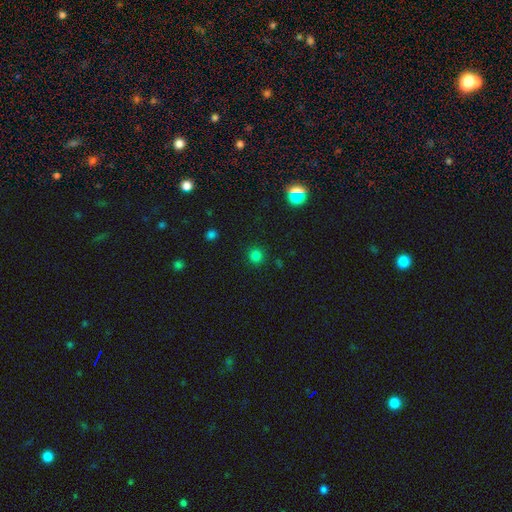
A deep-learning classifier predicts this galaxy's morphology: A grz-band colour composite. It shows a smooth galaxy with no disk features (80%) that is round (94%). Merging: none (91%).